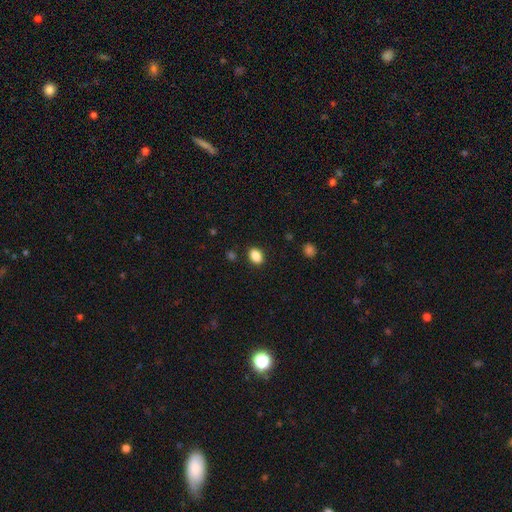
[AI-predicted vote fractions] A smooth galaxy with no disk features (87%) that is in between round and cigar-shaped (78%). Merging: none (88%).